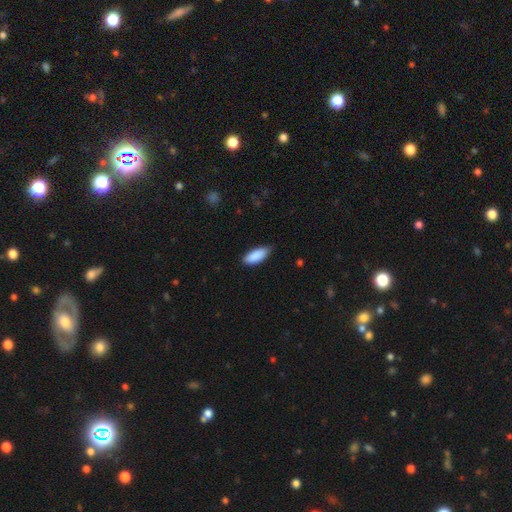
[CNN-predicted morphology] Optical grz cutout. It shows a smooth galaxy with no disk features (90%) that is in between round and cigar-shaped (81%). Merging: none (78%).